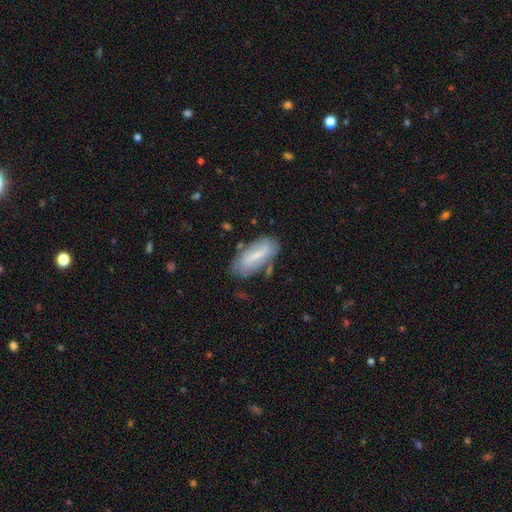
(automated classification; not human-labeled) Smooth or featured? Predicted: smooth (p=0.47). Merging? Predicted: none (p=0.63).